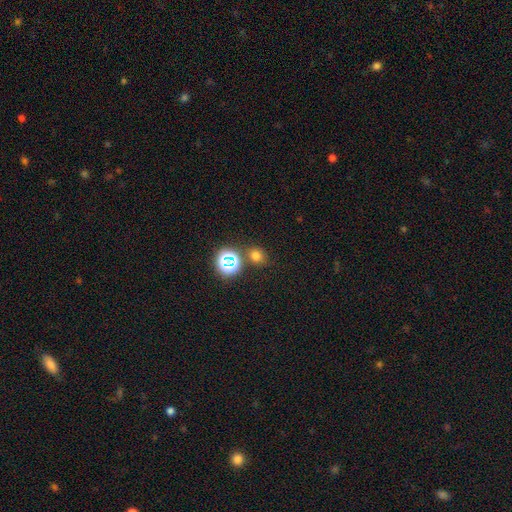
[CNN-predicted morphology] Smooth or featured? smooth (67%)
How rounded? round (71%)
Merging? none (78%)